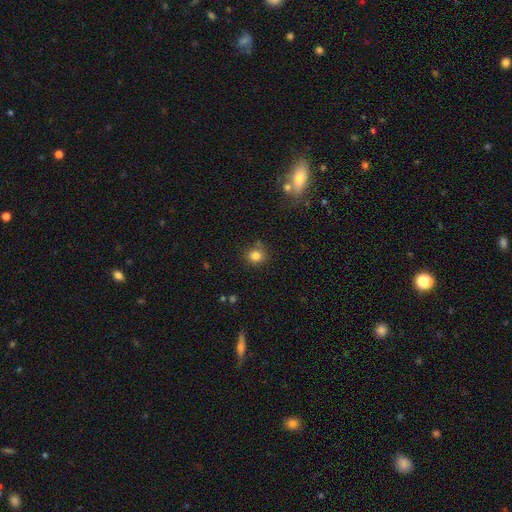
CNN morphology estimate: Smooth or featured? smooth (82%)
How rounded? round (80%)
Merging? none (77%)